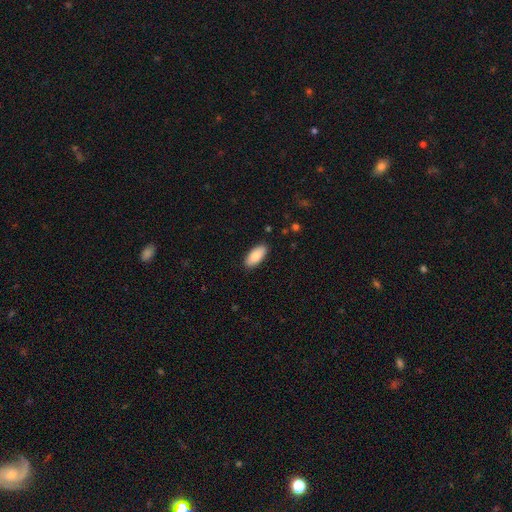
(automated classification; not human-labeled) Smooth or featured: smooth — 86% (featured or disk — 8%)
How rounded: in between — 91% (cigar-shaped — 8%)
Merging: none — 89% (minor disturbance — 9%)